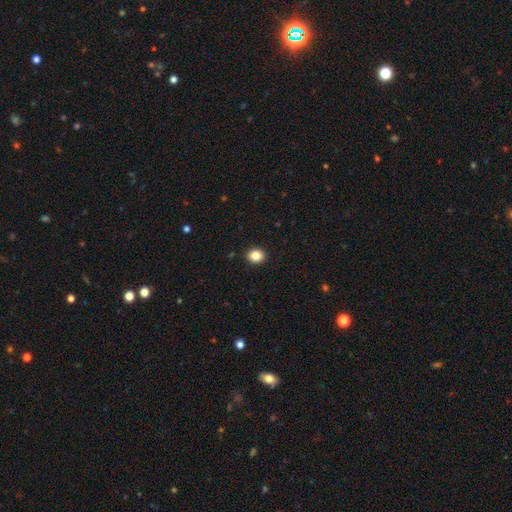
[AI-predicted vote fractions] Smooth or featured?
  - smooth: 85% *
  - star or artifact: 10%
  - featured or disk: 5%
How rounded?
  - round: 72% *
  - in between: 27%
  - cigar-shaped: 1%
Merging?
  - none: 92% *
  - minor disturbance: 5%
  - major disturbance: 2%
  - merger: 1%